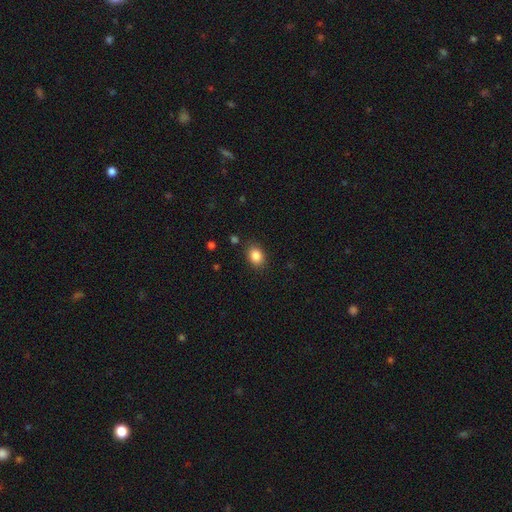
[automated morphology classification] Q: Smooth or featured?
A: smooth (86%); runner-up: star or artifact (9%)
Q: How rounded?
A: in between (65%); runner-up: round (34%)
Q: Merging?
A: none (85%); runner-up: minor disturbance (10%)